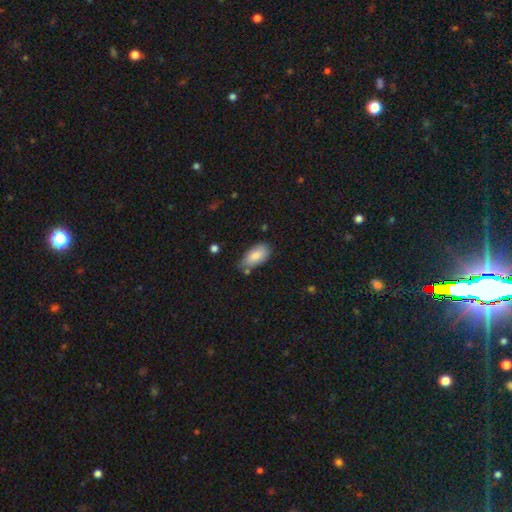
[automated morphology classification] smooth_or_featured: smooth (p=0.83) [alt: featured or disk p=0.10]
how_rounded: in between (p=0.94) [alt: cigar-shaped p=0.04]
merging: none (p=0.62) [alt: minor disturbance p=0.28]